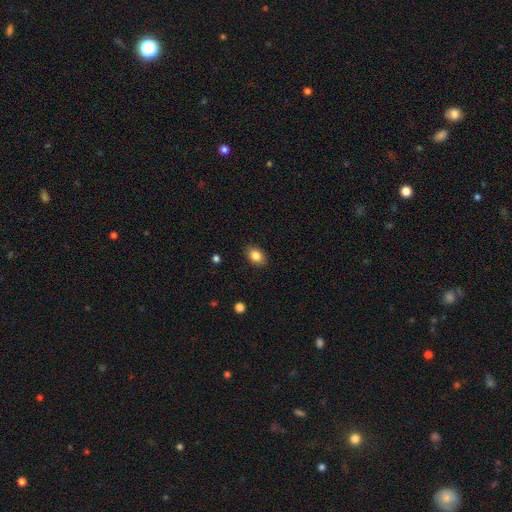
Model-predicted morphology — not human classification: A smooth galaxy with no disk features (84%) that is in between round and cigar-shaped (75%).

Vote fractions:
- Smooth or featured? smooth: 84% / star or artifact: 9% / featured or disk: 7%
- How rounded? in between: 75% / round: 24% / cigar-shaped: 1%
- Merging? none: 88% / minor disturbance: 9% / major disturbance: 2% / merger: 1%